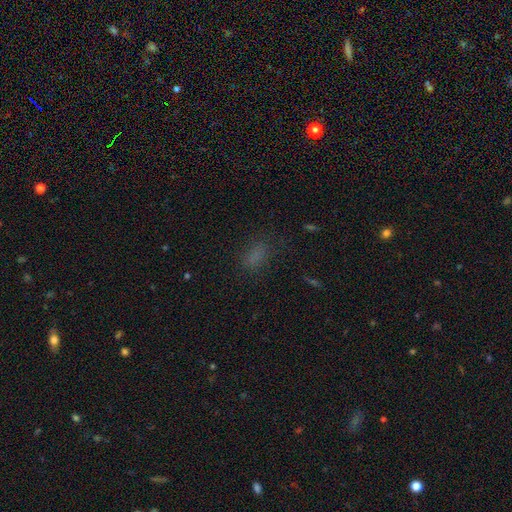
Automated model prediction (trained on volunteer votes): Morphology: type=smooth (72%); roundness=in between (80%); merging=none (71%).